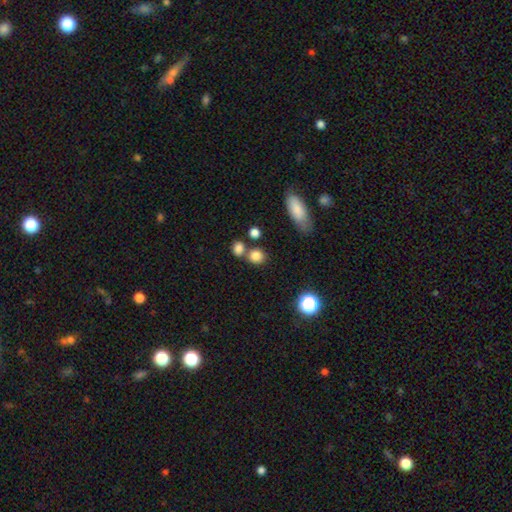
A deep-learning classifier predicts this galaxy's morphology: Smooth or featured? smooth (81%)
How rounded? round (80%)
Merging? none (63%)